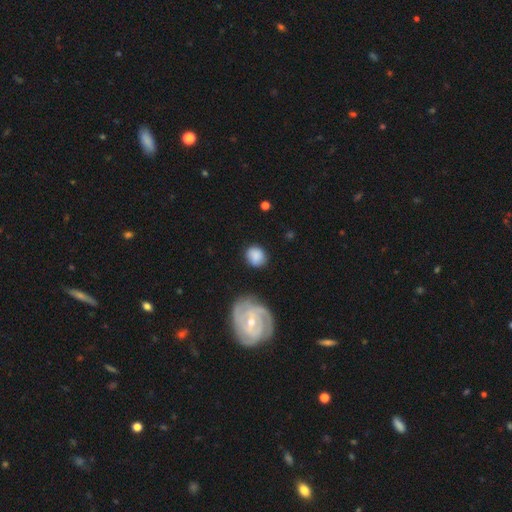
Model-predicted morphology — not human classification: Smooth or featured? Predicted: smooth (p=0.74). How rounded? Predicted: round (p=0.69). Merging? Predicted: none (p=0.75).